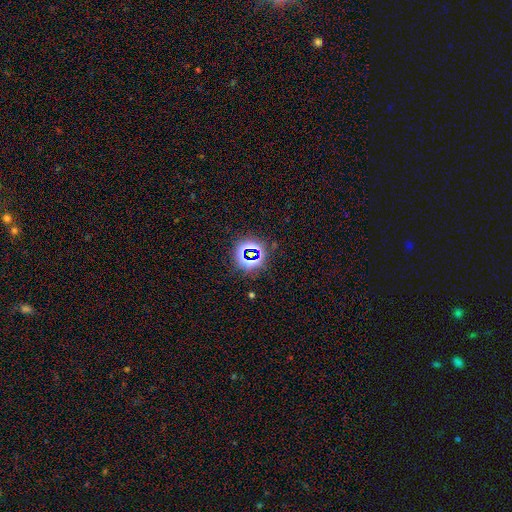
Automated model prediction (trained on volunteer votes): A star or artifact, not a galaxy (76%).

Vote fractions:
- Smooth or featured? star or artifact: 76% / smooth: 16% / featured or disk: 9%